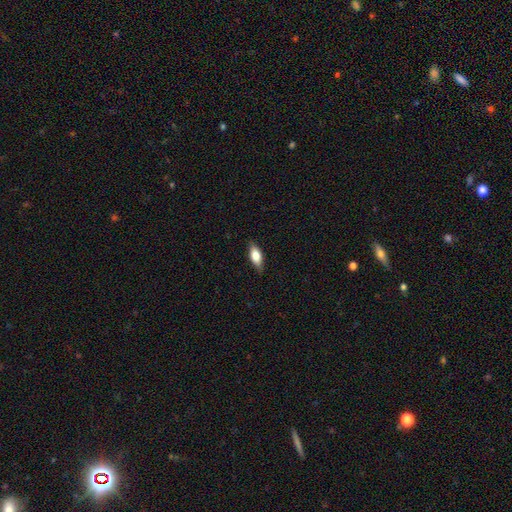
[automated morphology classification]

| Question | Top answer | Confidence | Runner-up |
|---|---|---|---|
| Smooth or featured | smooth | 70% | featured or disk (23%) |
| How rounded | in between | 74% | cigar-shaped (23%) |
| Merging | none | 84% | minor disturbance (13%) |